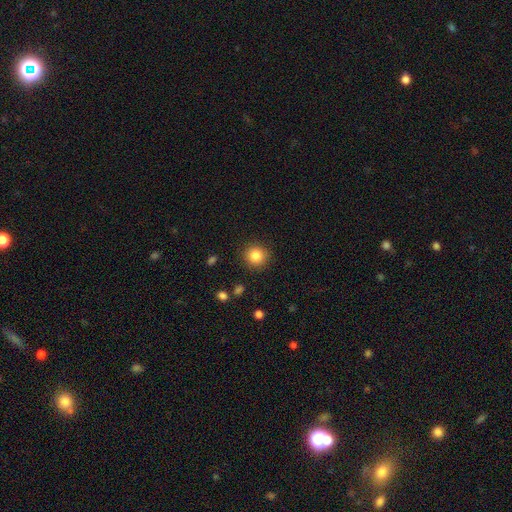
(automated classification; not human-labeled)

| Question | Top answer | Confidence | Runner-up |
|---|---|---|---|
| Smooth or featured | smooth | 84% | star or artifact (10%) |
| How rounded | round | 92% | in between (7%) |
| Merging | none | 89% | minor disturbance (7%) |